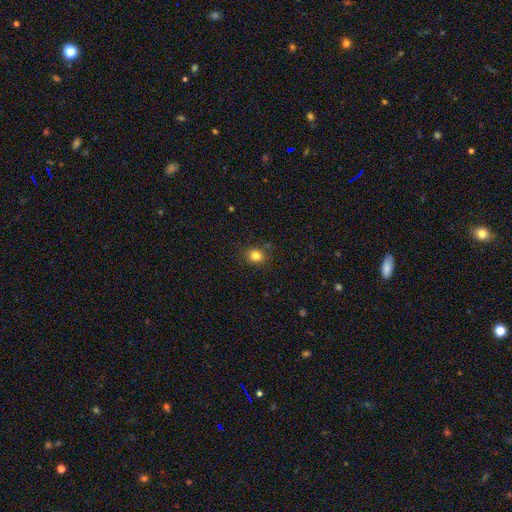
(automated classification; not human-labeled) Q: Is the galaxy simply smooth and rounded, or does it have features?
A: smooth — 82%.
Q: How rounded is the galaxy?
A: round — 72%.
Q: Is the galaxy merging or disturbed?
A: none — 85%.